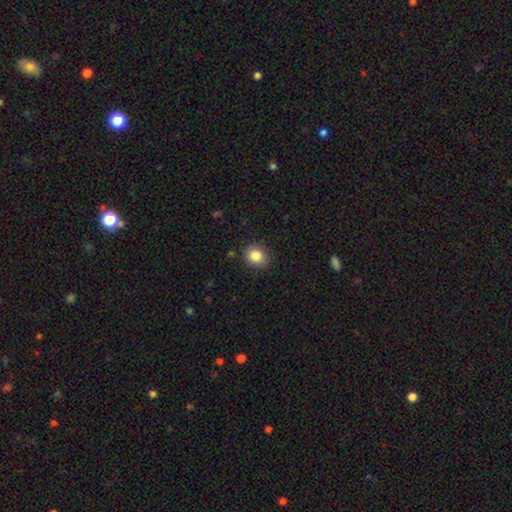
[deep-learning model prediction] This is clearly a smooth galaxy (85%). How rounded: likely round (69%). Merging: clearly none (87%).